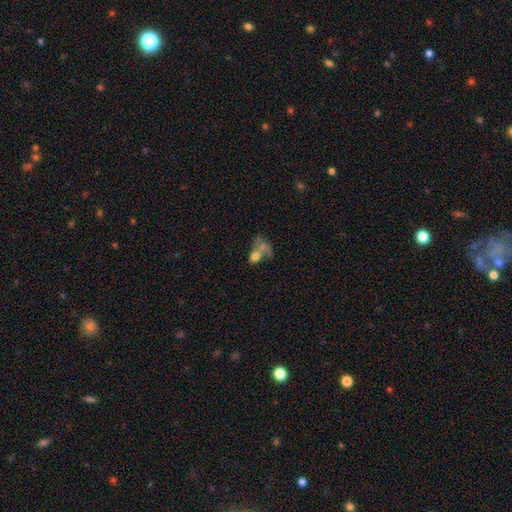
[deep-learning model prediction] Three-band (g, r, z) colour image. It shows a smooth galaxy with no disk features (60%) that is in between round and cigar-shaped (63%). Merging: merger (58%).